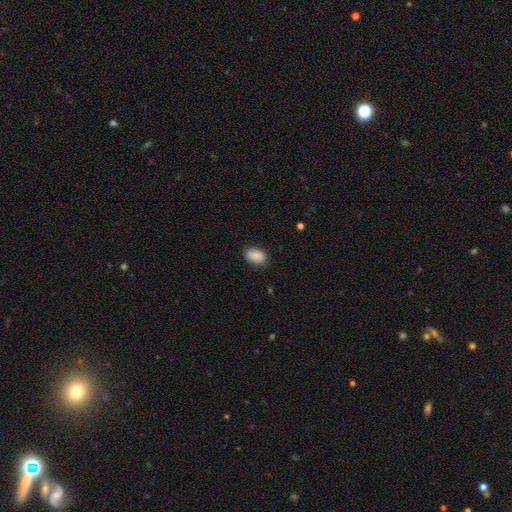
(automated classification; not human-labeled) This appears to be a smooth galaxy with no disk features (87%) that is in between round and cigar-shaped (87%). Merging: none (84%).